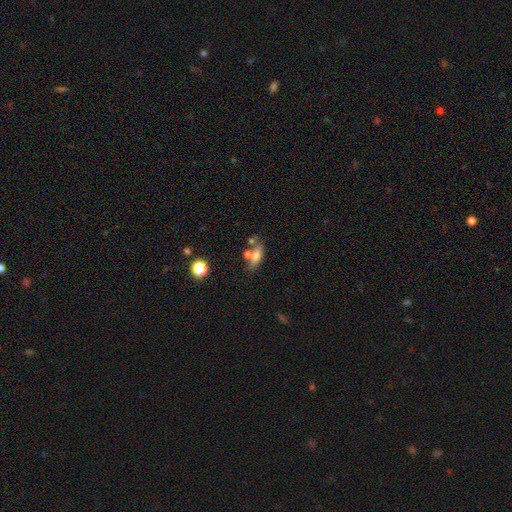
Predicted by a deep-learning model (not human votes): A smooth galaxy with no disk features (71%) that is in between round and cigar-shaped (59%).

Vote fractions:
- Smooth or featured? smooth: 71% / featured or disk: 19% / star or artifact: 10%
- How rounded? in between: 59% / cigar-shaped: 36% / round: 5%
- Merging? none: 55% / merger: 22% / minor disturbance: 16% / major disturbance: 7%